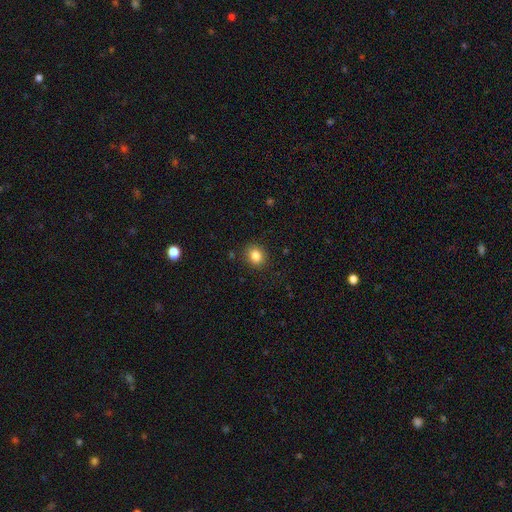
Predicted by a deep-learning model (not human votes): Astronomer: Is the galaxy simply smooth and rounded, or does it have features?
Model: smooth — 84%.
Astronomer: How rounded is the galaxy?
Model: round — 69%.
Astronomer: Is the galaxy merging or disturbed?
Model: none — 88%.